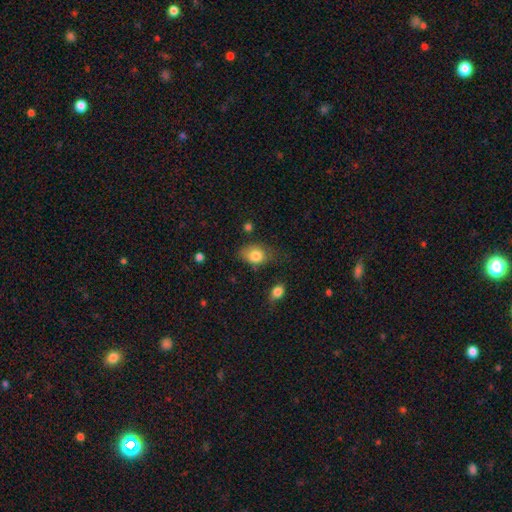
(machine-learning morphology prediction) Q: Smooth or featured?
A: smooth (81%); runner-up: featured or disk (10%)
Q: How rounded?
A: in between (74%); runner-up: round (25%)
Q: Merging?
A: none (57%); runner-up: minor disturbance (30%)